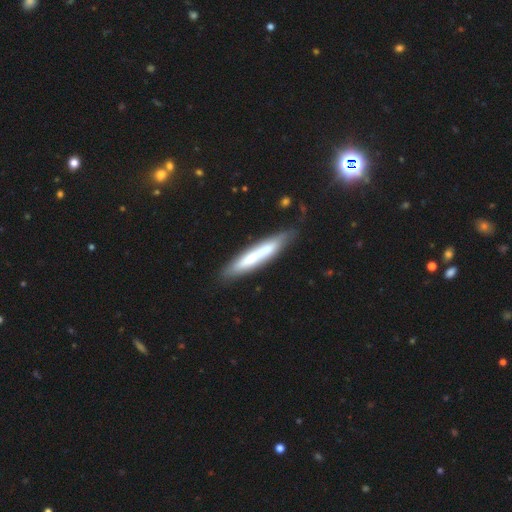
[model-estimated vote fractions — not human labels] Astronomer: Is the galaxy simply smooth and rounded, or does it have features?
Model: smooth — 55% (runner-up: featured or disk, 39%).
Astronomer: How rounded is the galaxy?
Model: cigar-shaped — 90%.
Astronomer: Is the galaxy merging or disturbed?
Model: none — 77%.